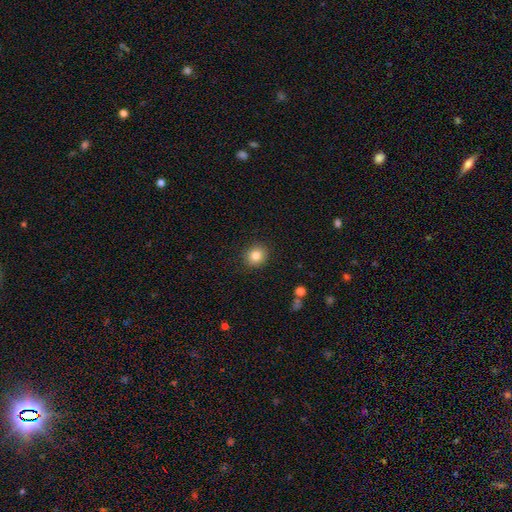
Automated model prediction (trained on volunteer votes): A smooth galaxy with no disk features (84%) that is round (81%). Merging: none (90%).